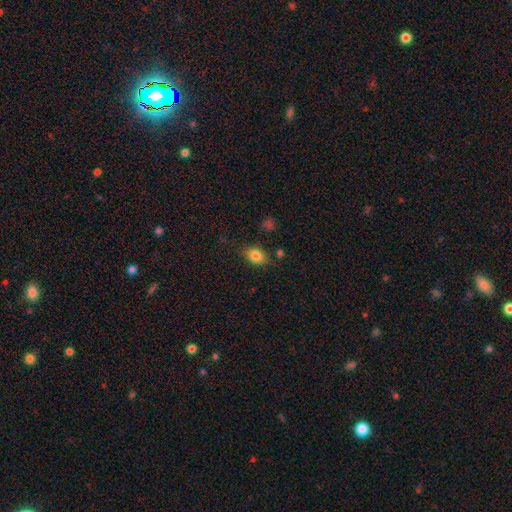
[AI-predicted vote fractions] smooth_or_featured: smooth (p=0.83) [alt: star or artifact p=0.10]
how_rounded: in between (p=0.61) [alt: round p=0.37]
merging: none (p=0.77) [alt: minor disturbance p=0.16]